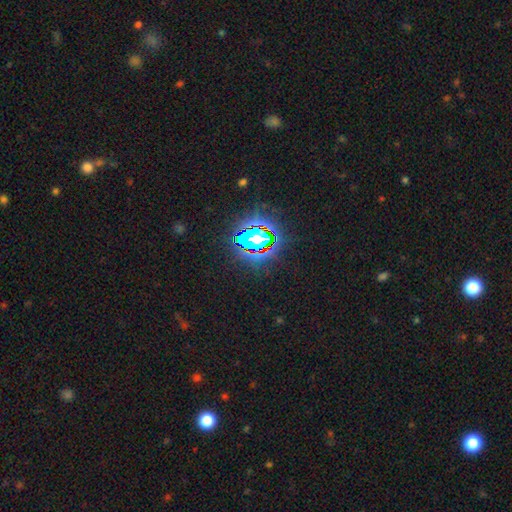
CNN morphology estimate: The model was most divided on "smooth or featured": star or artifact: 81%, smooth: 12%, featured or disk: 7%.